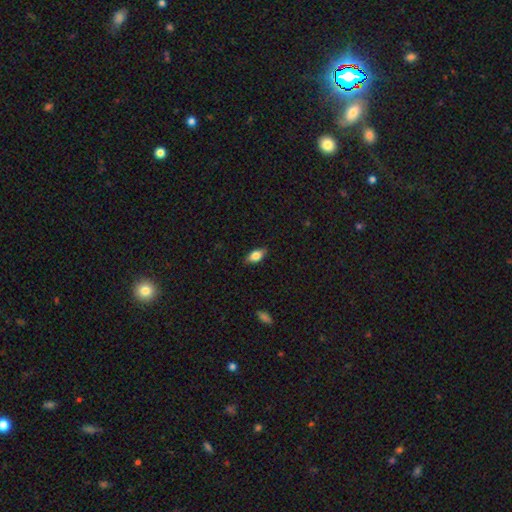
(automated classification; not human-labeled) Overall: smooth (70%). How rounded: in between (85%). Merging: none (85%).